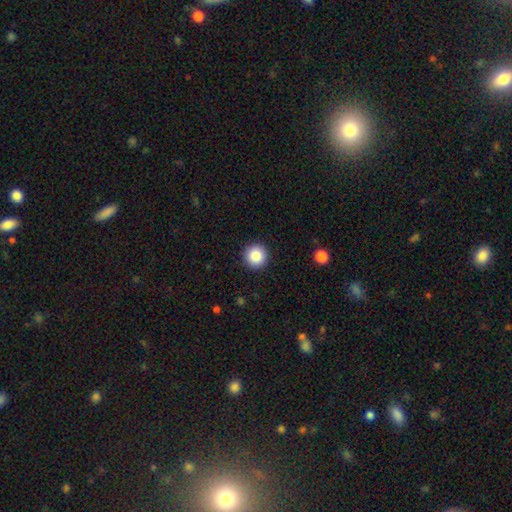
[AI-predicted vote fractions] The model was most divided on "smooth or featured": smooth: 85%, star or artifact: 9%, featured or disk: 5%. More confident: how rounded — round (96%); merging — none (93%).